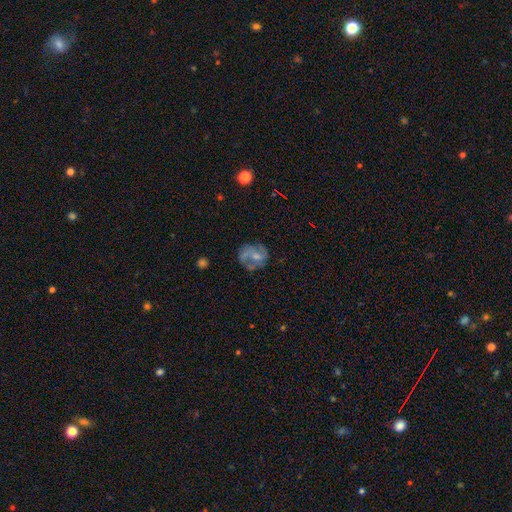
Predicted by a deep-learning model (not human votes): Q: Smooth or featured?
A: featured or disk (61%); runner-up: smooth (31%)
Q: Edge-on disk?
A: no (97%); runner-up: yes (3%)
Q: Bar?
A: no (60%); runner-up: weak (33%)
Q: Spiral arms?
A: yes (68%); runner-up: no (32%)
Q: Bulge size?
A: moderate (43%); runner-up: small (29%)
Q: Merging?
A: none (60%); runner-up: minor disturbance (21%)